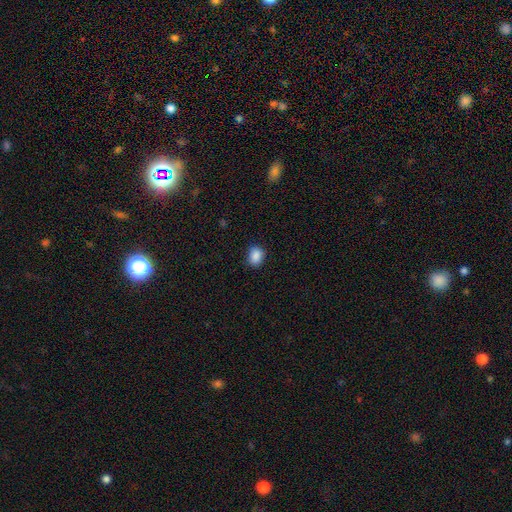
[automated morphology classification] Smooth or featured?
  - smooth: 88% *
  - star or artifact: 9%
  - featured or disk: 3%
How rounded?
  - in between: 51% *
  - round: 48%
  - cigar-shaped: 1%
Merging?
  - none: 88% *
  - minor disturbance: 9%
  - major disturbance: 2%
  - merger: 1%